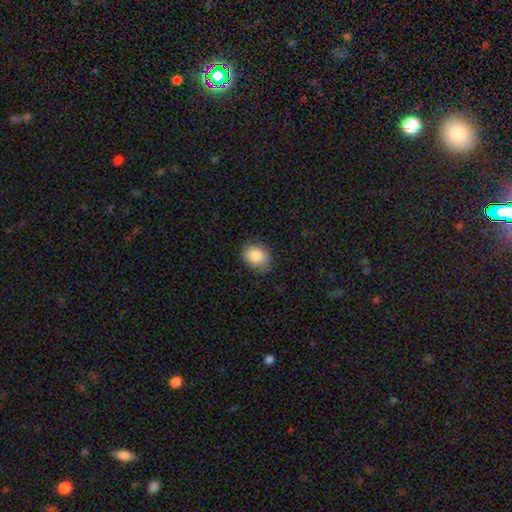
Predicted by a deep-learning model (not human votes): This is clearly a smooth galaxy (88%). How rounded: possibly round (53%). Merging: likely none (72%).